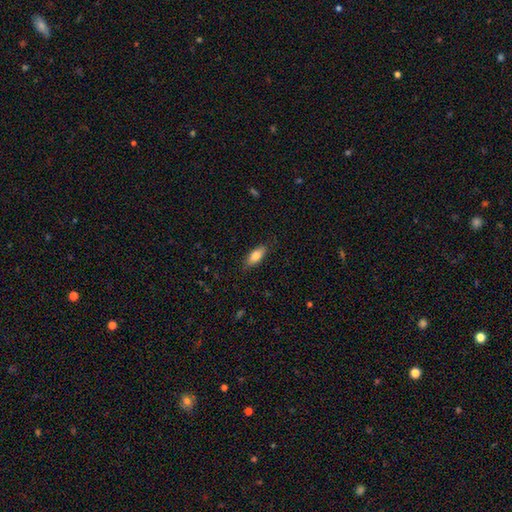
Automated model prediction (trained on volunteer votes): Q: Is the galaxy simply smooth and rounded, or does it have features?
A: smooth — 78%.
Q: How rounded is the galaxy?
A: in between — 76%.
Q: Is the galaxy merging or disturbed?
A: none — 84%.